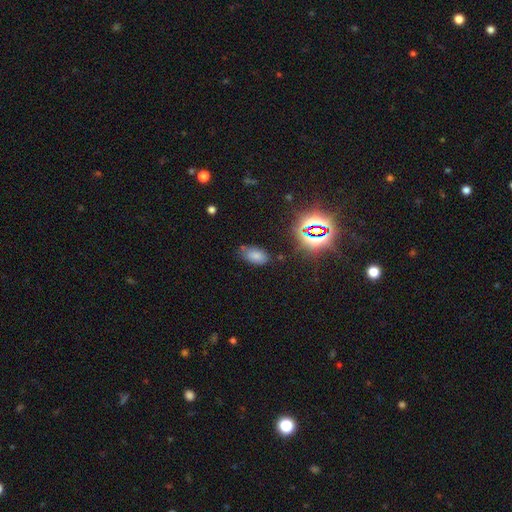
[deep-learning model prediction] smooth_or_featured: smooth (p=0.69) [alt: star or artifact p=0.22]
how_rounded: in between (p=0.92) [alt: round p=0.06]
merging: none (p=0.71) [alt: minor disturbance p=0.20]